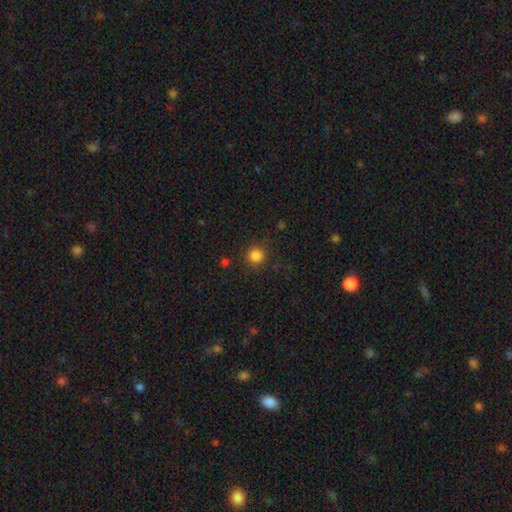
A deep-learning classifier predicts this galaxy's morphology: Overall: smooth (84%). How rounded: round (93%). Merging: none (88%).